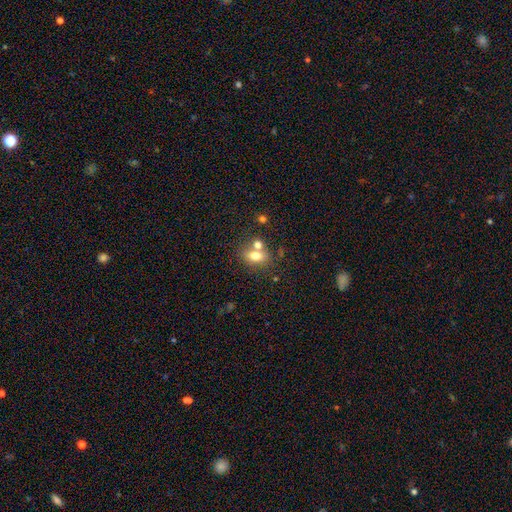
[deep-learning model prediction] A smooth galaxy with no disk features (73%) that is in between round and cigar-shaped (72%). Merging: none (49%).